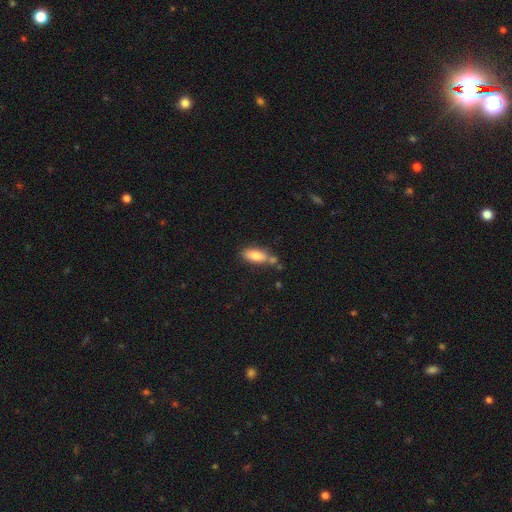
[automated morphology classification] A smooth galaxy with no disk features (80%) that is in between round and cigar-shaped (76%). Merging: none (59%).